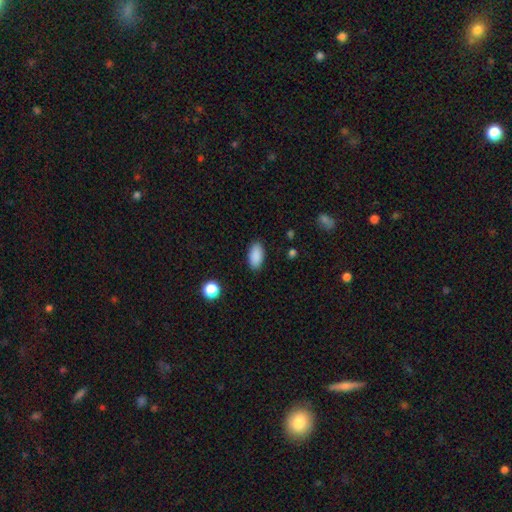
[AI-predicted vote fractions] Smooth or featured? smooth (89%)
How rounded? in between (93%)
Merging? none (87%)